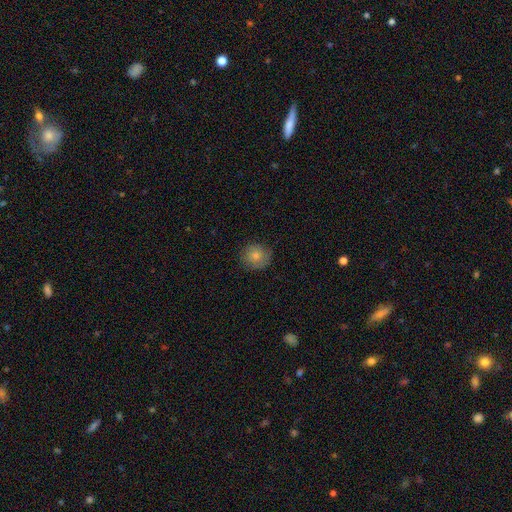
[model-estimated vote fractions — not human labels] This appears to be a smooth galaxy with no disk features (78%) that is round (85%). Merging: none (79%).